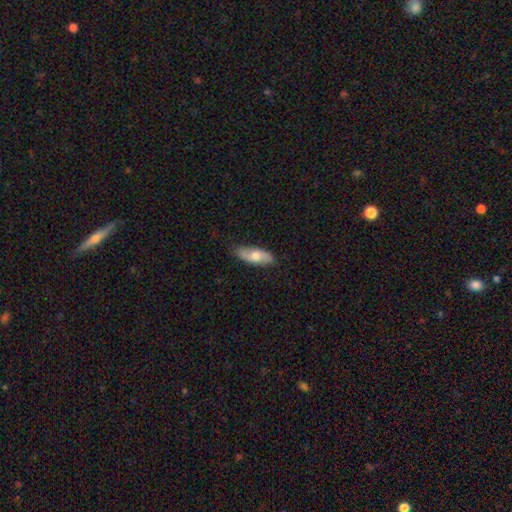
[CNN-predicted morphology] smooth 58%, featured or disk 37%, star or artifact 5%. Down the decision tree: how rounded — in between (68%); merging — none (82%).